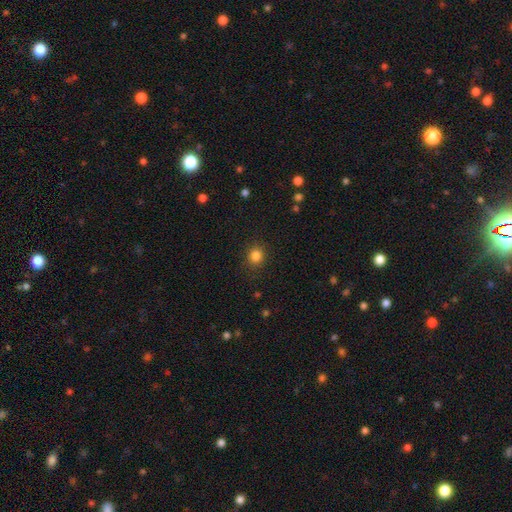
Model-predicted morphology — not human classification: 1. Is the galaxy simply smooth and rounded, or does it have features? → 84% smooth, 12% star or artifact, 4% featured or disk.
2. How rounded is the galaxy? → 84% round, 15% in between, 1% cigar-shaped.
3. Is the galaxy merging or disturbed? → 88% none, 8% minor disturbance, 3% major disturbance, 1% merger.